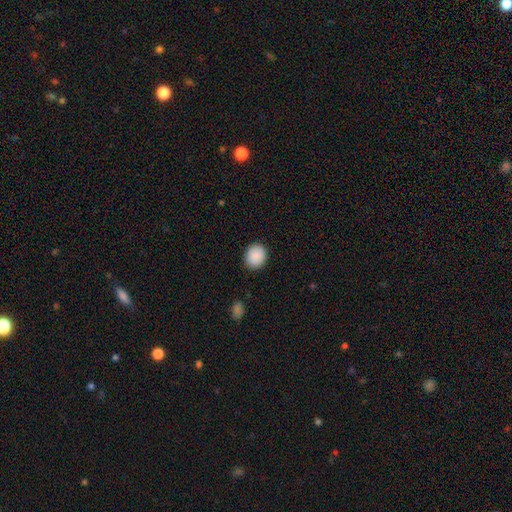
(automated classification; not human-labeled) The model was most divided on "how rounded": round: 64%, in between: 36%, cigar-shaped: 1%. More confident: smooth or featured — smooth (90%); merging — none (89%).